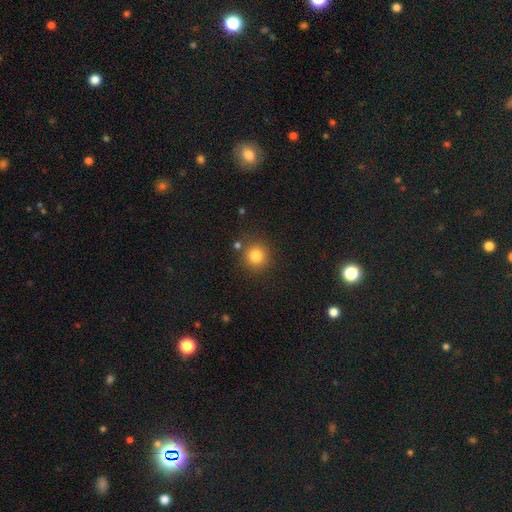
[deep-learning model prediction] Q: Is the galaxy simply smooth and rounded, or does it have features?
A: smooth — 81%.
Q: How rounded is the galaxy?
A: round — 92%.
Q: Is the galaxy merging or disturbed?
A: none — 83%.